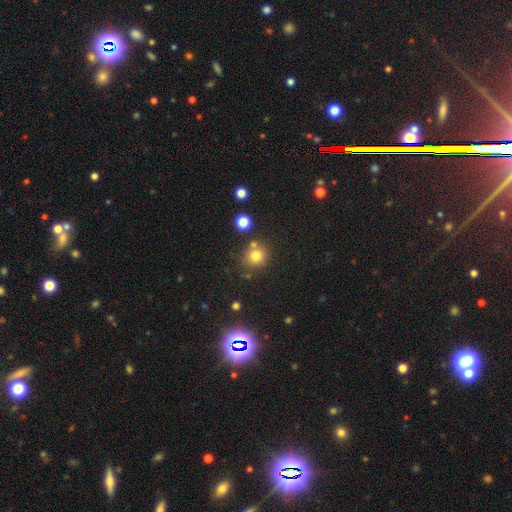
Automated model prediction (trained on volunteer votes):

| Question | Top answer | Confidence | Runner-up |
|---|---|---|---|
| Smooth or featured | smooth | 78% | star or artifact (14%) |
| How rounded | round | 86% | in between (13%) |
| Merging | none | 71% | merger (15%) |